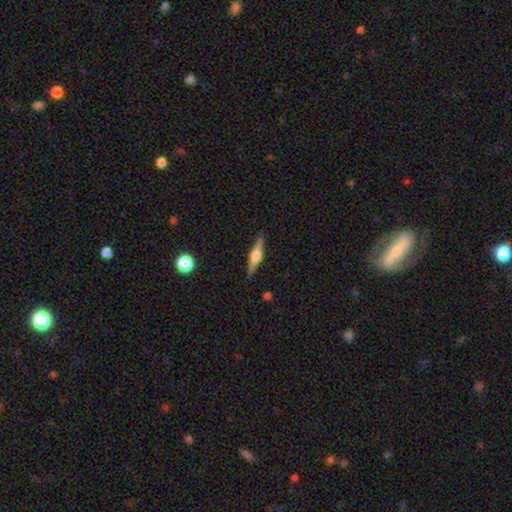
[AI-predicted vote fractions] This is likely a featured or disk galaxy (73%). It is clearly viewed edge-on (98%). Edge-on bulge: clearly rounded (93%). Merging: clearly none (89%).